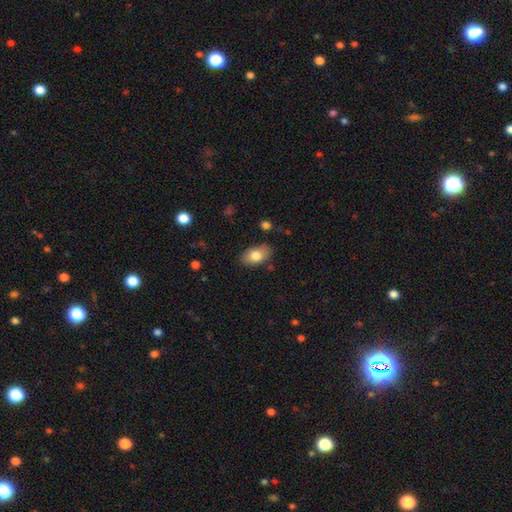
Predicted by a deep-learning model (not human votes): Overall: smooth (79%). How rounded: in between (91%). Merging: none (79%).